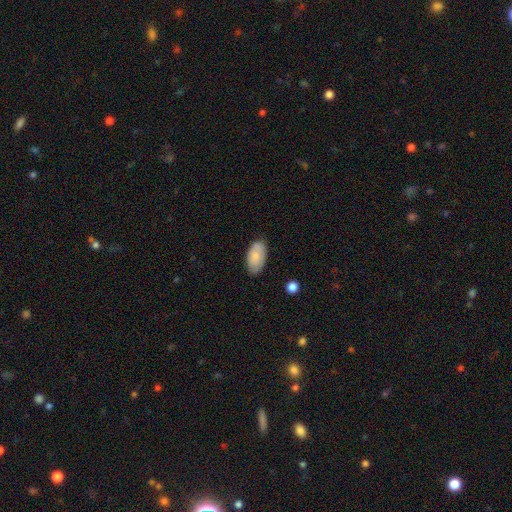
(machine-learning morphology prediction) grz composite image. It shows a smooth galaxy with no disk features (80%) that is in between round and cigar-shaped (95%). Merging: none (78%).